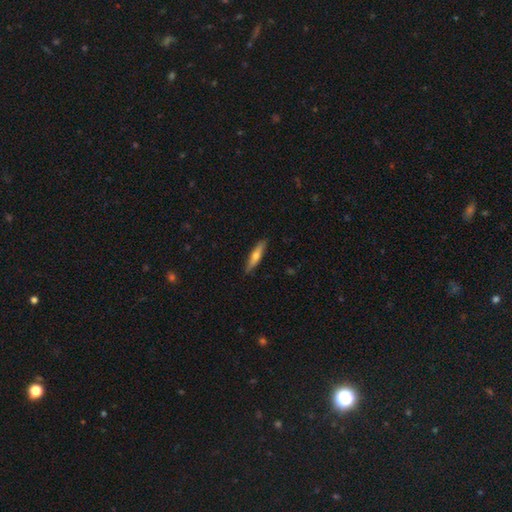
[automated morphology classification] type=smooth (54%); roundness=cigar-shaped (83%); merging=none (89%).